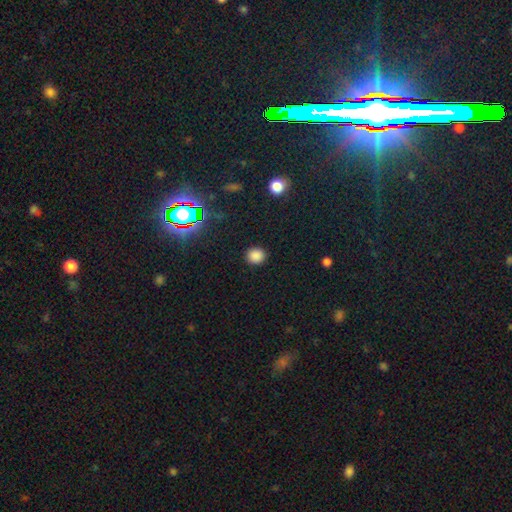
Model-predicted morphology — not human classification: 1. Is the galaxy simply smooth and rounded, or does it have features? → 84% smooth, 13% star or artifact, 3% featured or disk.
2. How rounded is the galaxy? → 83% round, 16% in between, 1% cigar-shaped.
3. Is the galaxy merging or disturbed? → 91% none, 6% minor disturbance, 2% major disturbance, 1% merger.